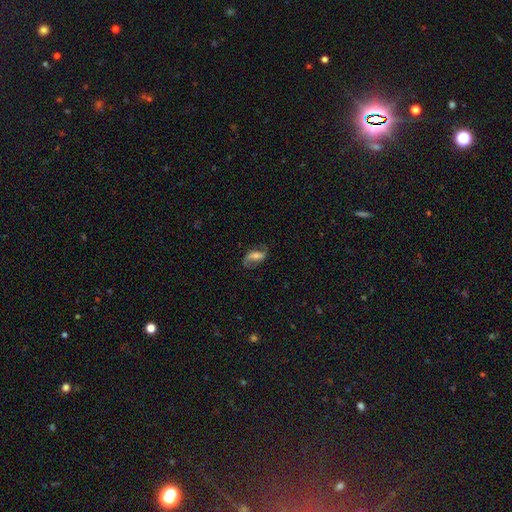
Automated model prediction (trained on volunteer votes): This is likely a featured or disk galaxy (67%). It is clearly not viewed edge-on (94%). Bar: marginally weak (38%). Spiral arm pattern: clearly yes (89%). Spiral arm count: clearly 2 (81%). Spiral winding: likely loose (60%). Central bulge: possibly moderate (46%). Merging: likely none (68%).